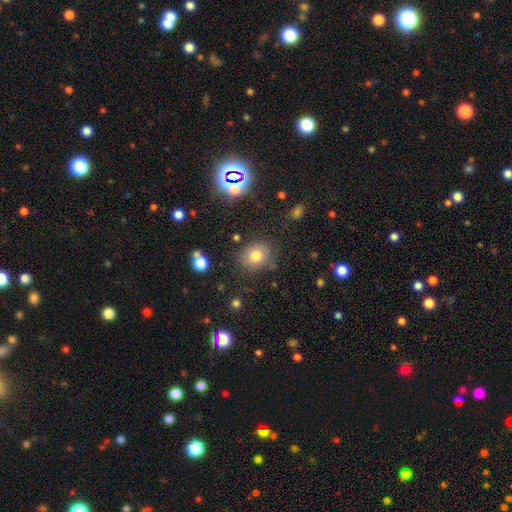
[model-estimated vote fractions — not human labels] smooth-or-featured: smooth: 75% | star or artifact: 14% | featured or disk: 12%
  how-rounded: round: 65% | in between: 34% | cigar-shaped: 1%
  merging: none: 79% | minor disturbance: 14% | major disturbance: 5% | merger: 3%